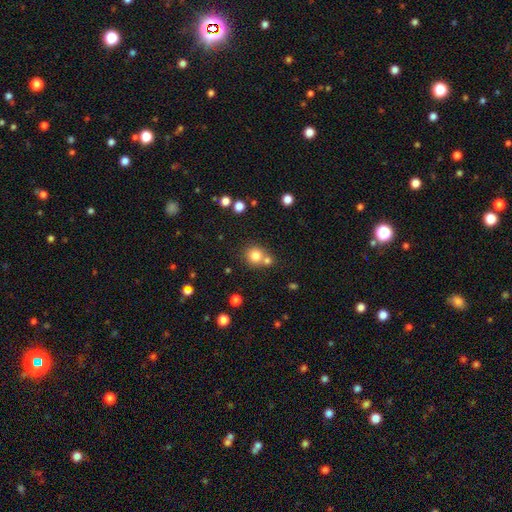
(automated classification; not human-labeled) smooth 79%, star or artifact 13%, featured or disk 9%. Down the decision tree: how rounded — round (89%); merging — none (58%).